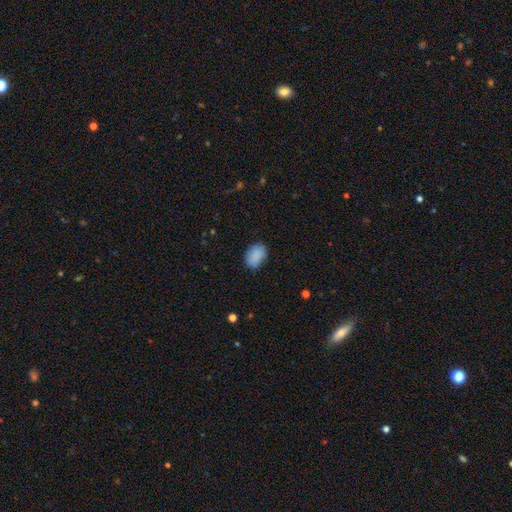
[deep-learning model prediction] smooth 89%, star or artifact 7%, featured or disk 4%. Down the decision tree: how rounded — in between (81%); merging — none (79%).